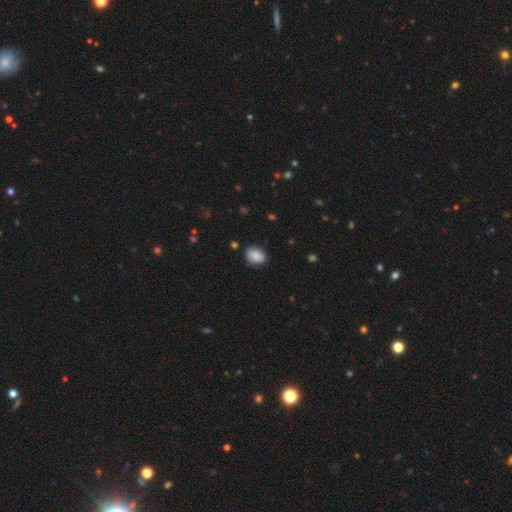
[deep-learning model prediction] The model was most divided on "how rounded": in between: 71%, round: 28%, cigar-shaped: 1%. More confident: smooth or featured — smooth (87%); merging — none (78%).